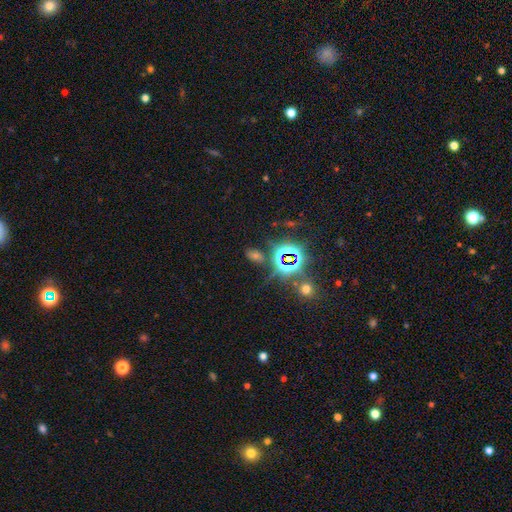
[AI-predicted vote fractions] Smooth or featured: star or artifact — 62% (smooth — 27%)